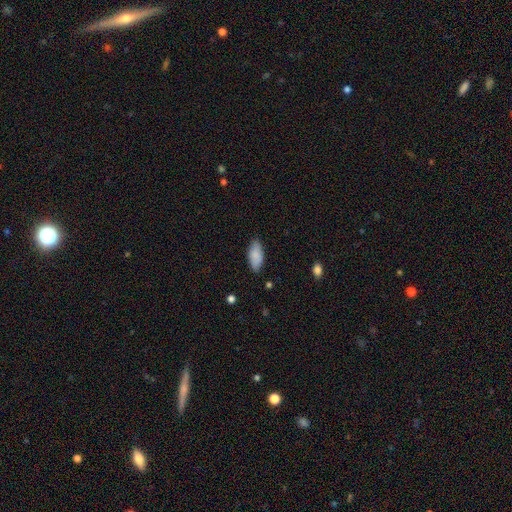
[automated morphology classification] Overall: smooth (86%). How rounded: in between (88%). Merging: none (81%).